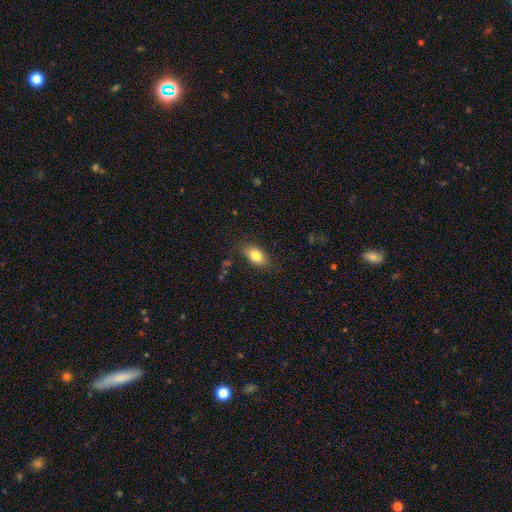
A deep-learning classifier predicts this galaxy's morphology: The model was most divided on "merging": none: 82%, minor disturbance: 13%, major disturbance: 4%, merger: 1%. More confident: how rounded — in between (87%); smooth or featured — smooth (81%).